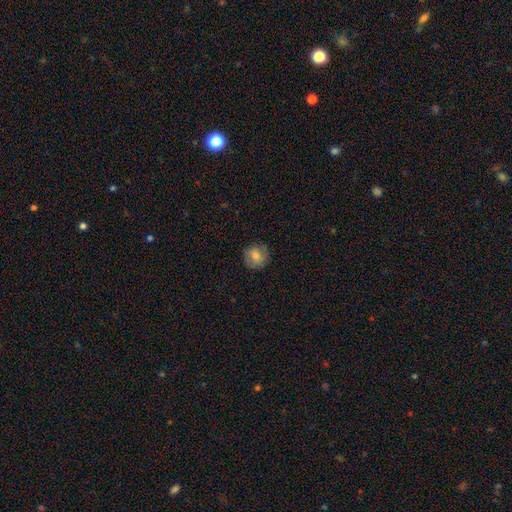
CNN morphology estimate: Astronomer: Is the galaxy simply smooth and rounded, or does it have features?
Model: smooth — 71%.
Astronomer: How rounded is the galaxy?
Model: round — 89%.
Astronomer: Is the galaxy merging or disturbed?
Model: none — 83%.